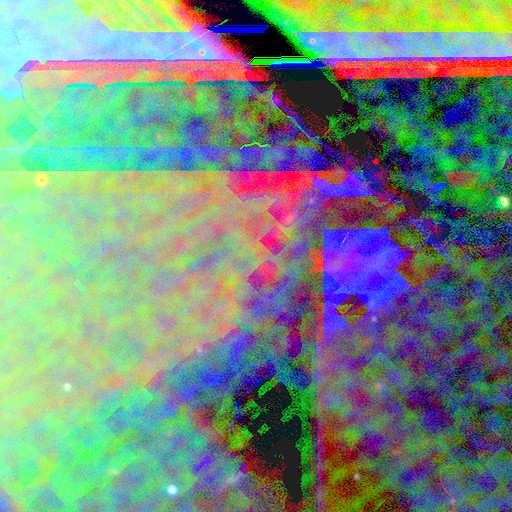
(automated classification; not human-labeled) This appears to be a star or artifact, not a galaxy (89%).